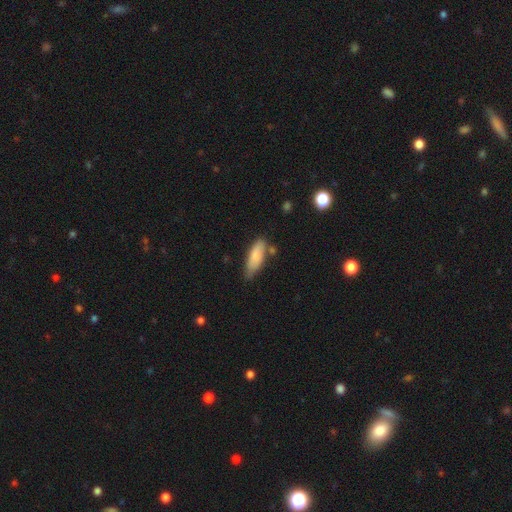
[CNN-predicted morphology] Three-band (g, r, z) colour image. It shows a smooth galaxy with no disk features (81%) that is in between round and cigar-shaped (61%). Merging: none (61%).